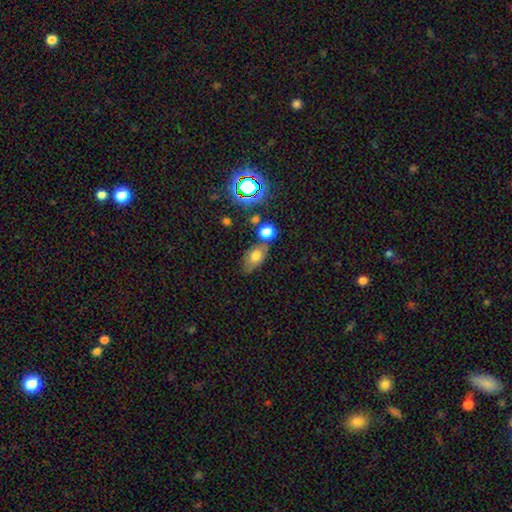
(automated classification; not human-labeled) Overall: smooth (64%). How rounded: in between (83%). Merging: none (55%; minor disturbance 20%).